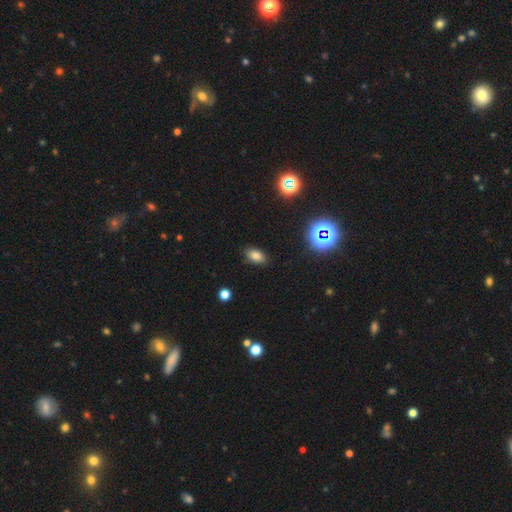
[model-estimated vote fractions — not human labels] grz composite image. It shows a smooth galaxy with no disk features (77%) that is in between round and cigar-shaped (89%). Merging: none (87%).